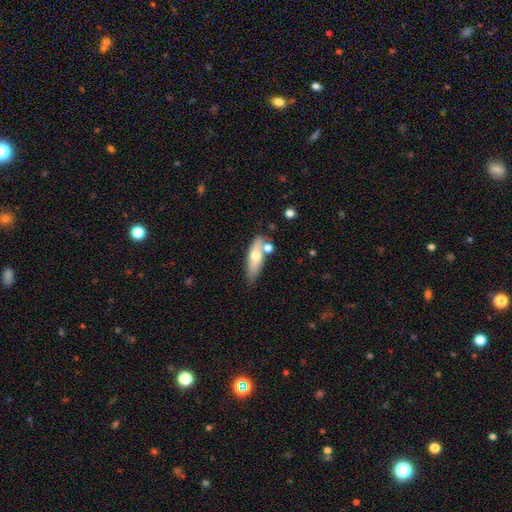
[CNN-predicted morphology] Smooth or featured? Predicted: smooth (p=0.62). How rounded? Predicted: in between (p=0.52). Merging? Predicted: none (p=0.65).